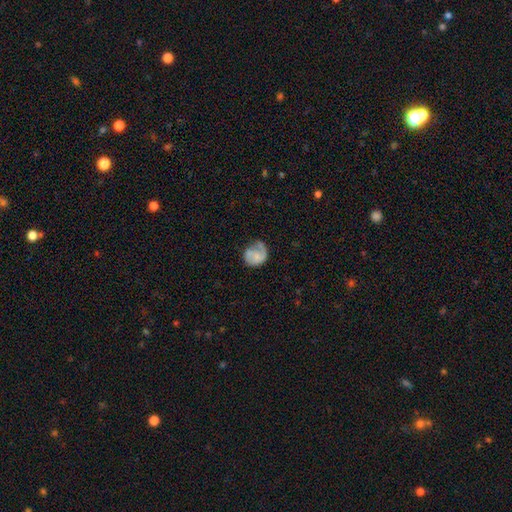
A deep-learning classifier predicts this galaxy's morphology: Q: Smooth or featured?
A: smooth (55%); runner-up: featured or disk (38%)
Q: How rounded?
A: round (70%); runner-up: in between (29%)
Q: Merging?
A: none (42%); runner-up: minor disturbance (31%)